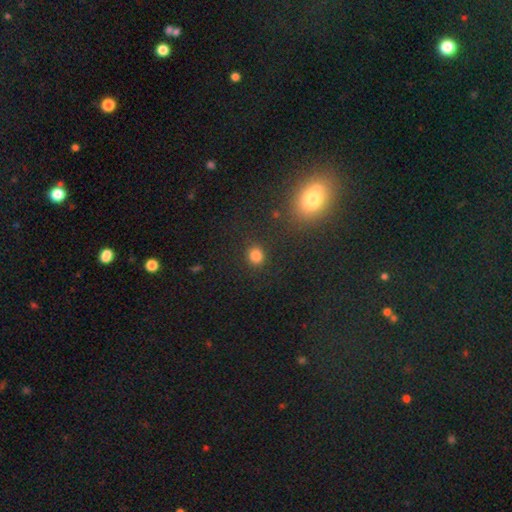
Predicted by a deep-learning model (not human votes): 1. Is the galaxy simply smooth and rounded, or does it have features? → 82% smooth, 14% star or artifact, 4% featured or disk.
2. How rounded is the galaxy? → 75% round, 24% in between, 1% cigar-shaped.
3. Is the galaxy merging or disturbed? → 86% none, 8% minor disturbance, 3% major disturbance, 2% merger.